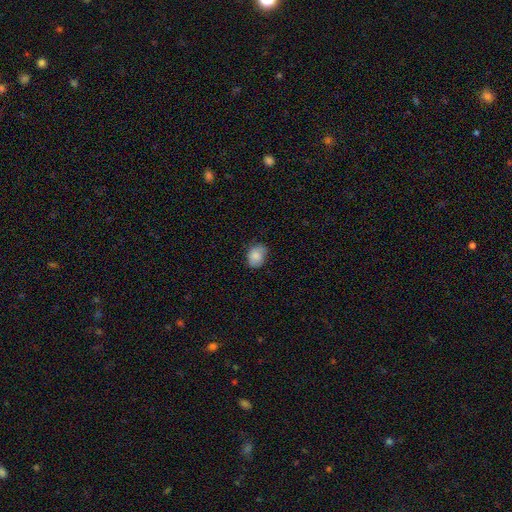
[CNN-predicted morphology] Overall: smooth (80%). How rounded: in between (57%; round 42%). Merging: none (65%; minor disturbance 27%).